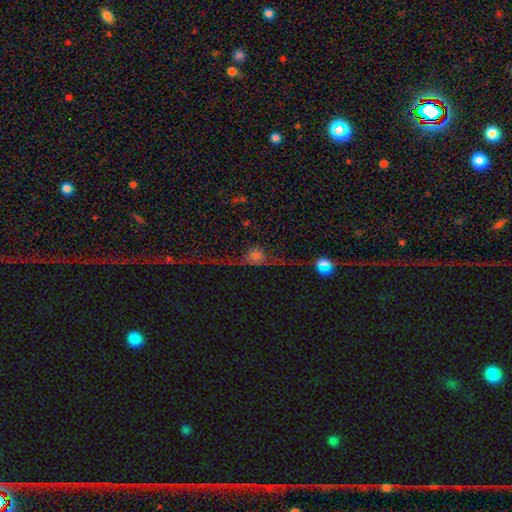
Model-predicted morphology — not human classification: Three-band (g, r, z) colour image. It shows a featured or disk galaxy (41%). Merging: none (41%).